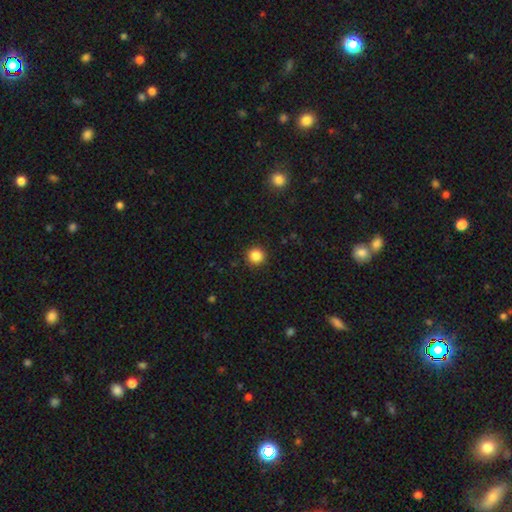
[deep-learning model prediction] Smooth or featured: smooth — 85% (star or artifact — 11%)
How rounded: round — 95% (in between — 4%)
Merging: none — 92% (minor disturbance — 5%)